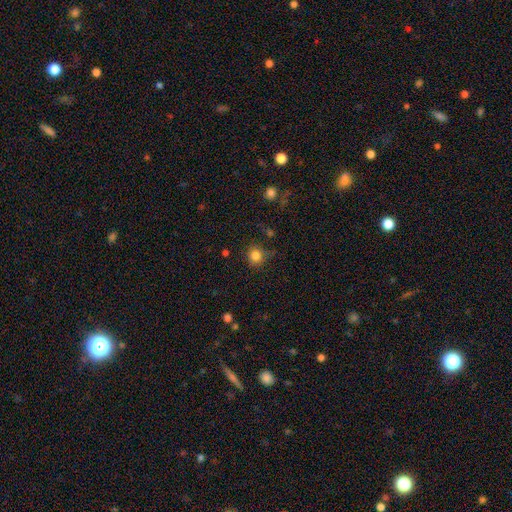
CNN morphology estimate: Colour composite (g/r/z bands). It shows a smooth galaxy with no disk features (83%) that is round (89%). Merging: none (78%).